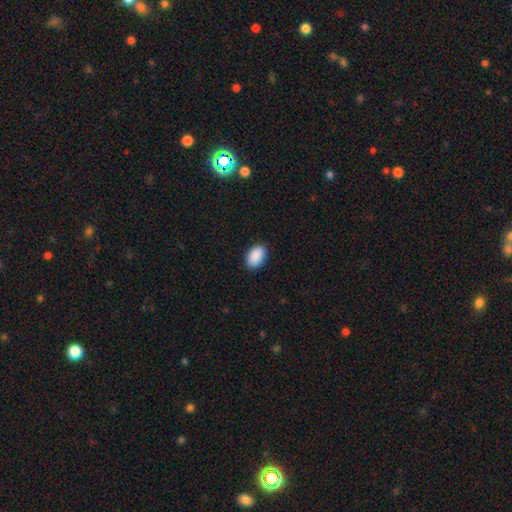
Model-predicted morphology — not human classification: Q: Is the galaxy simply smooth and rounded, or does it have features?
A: smooth — 91%.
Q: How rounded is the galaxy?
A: in between — 90%.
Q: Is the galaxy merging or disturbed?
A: none — 87%.